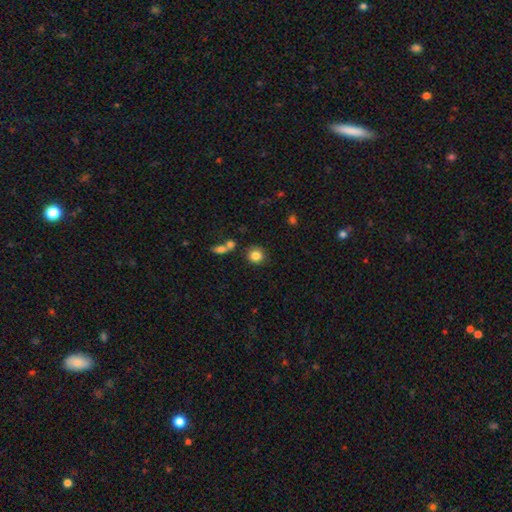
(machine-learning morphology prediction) Smooth or featured: smooth — 83% (star or artifact — 10%)
How rounded: round — 87% (in between — 12%)
Merging: none — 80% (minor disturbance — 9%)